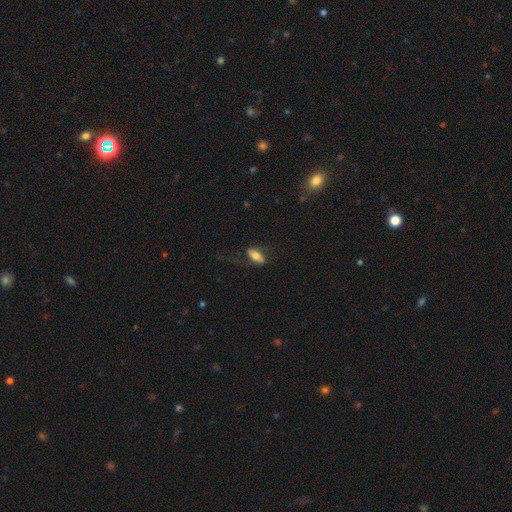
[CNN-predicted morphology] Q: Smooth or featured?
A: smooth (60%); runner-up: featured or disk (33%)
Q: How rounded?
A: in between (79%); runner-up: cigar-shaped (17%)
Q: Merging?
A: none (60%); runner-up: minor disturbance (21%)